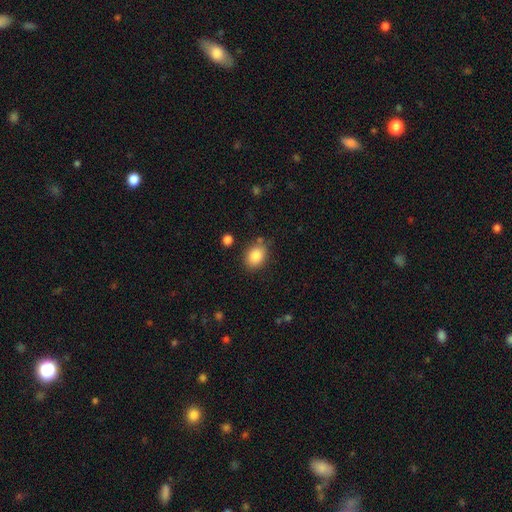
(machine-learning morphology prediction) Q: Smooth or featured?
A: smooth (86%); runner-up: star or artifact (8%)
Q: How rounded?
A: in between (61%); runner-up: round (38%)
Q: Merging?
A: none (78%); runner-up: minor disturbance (14%)